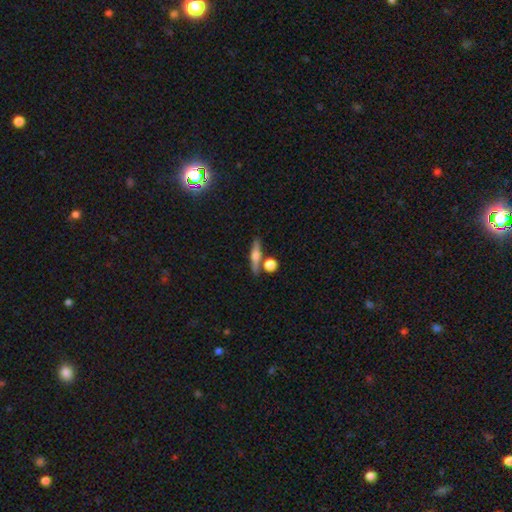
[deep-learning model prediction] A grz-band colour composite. It shows a featured or disk galaxy (50%) viewed edge-on (93%). Merging: none (74%).